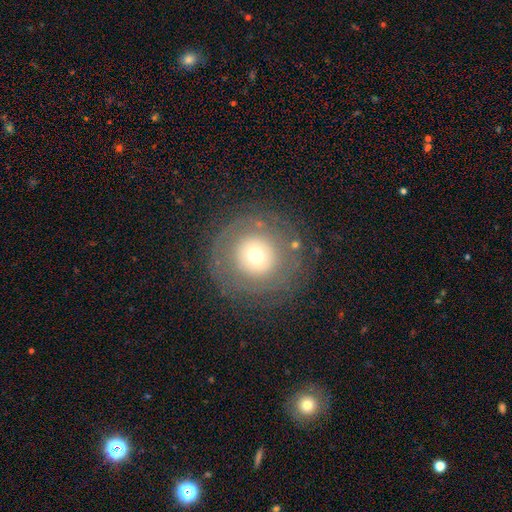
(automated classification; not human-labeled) Smooth or featured?
  - smooth: 51% *
  - featured or disk: 38%
  - star or artifact: 11%
How rounded?
  - round: 94% *
  - in between: 5%
  - cigar-shaped: 1%
Merging?
  - none: 81% *
  - minor disturbance: 10%
  - major disturbance: 7%
  - merger: 2%